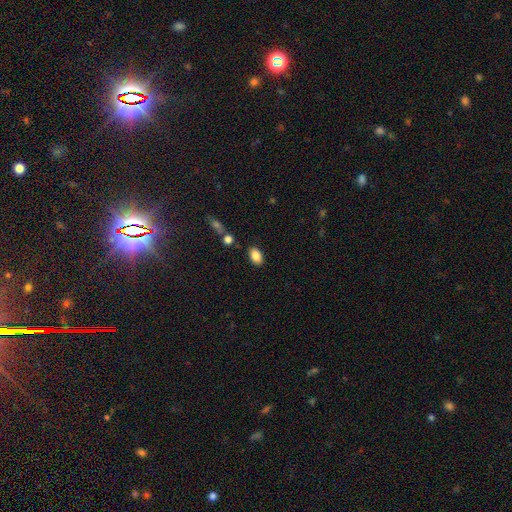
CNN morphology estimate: This is clearly a smooth galaxy (86%). How rounded: clearly in between (88%). Merging: clearly none (84%).